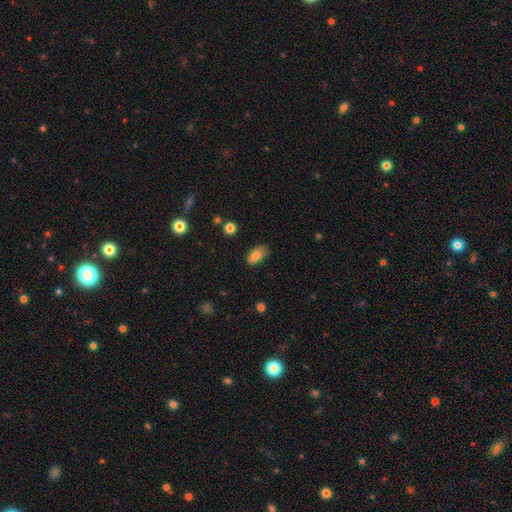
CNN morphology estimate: This appears to be a smooth galaxy with no disk features (79%) that is in between round and cigar-shaped (92%). Merging: none (77%).